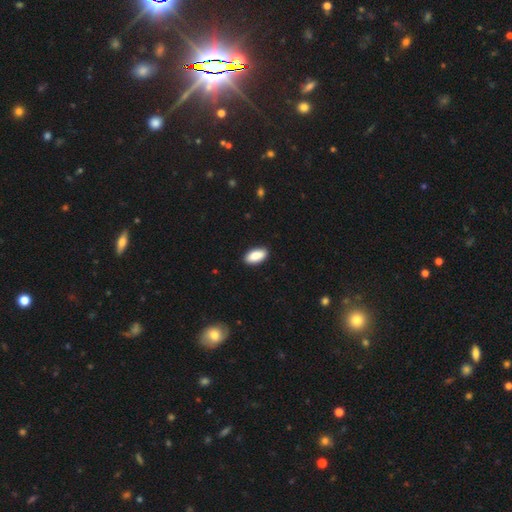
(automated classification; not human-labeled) The model was most divided on "merging": none: 89%, minor disturbance: 8%, major disturbance: 2%, merger: 1%. More confident: how rounded — in between (93%); smooth or featured — smooth (89%).